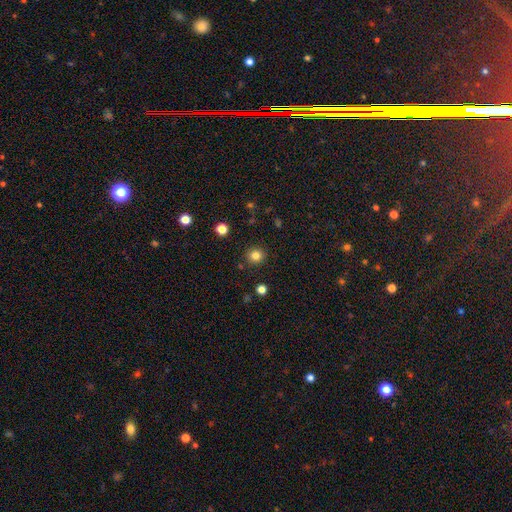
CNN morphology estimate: Q: Smooth or featured?
A: smooth (81%); runner-up: star or artifact (13%)
Q: How rounded?
A: round (89%); runner-up: in between (10%)
Q: Merging?
A: none (89%); runner-up: minor disturbance (7%)